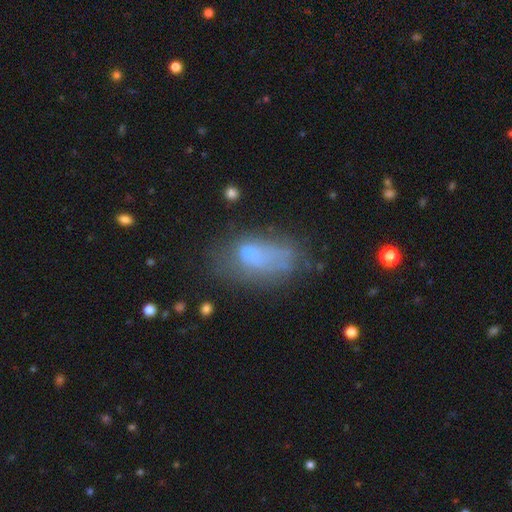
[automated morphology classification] smooth-or-featured: smooth: 58% | featured or disk: 27% | star or artifact: 15%
  how-rounded: in between: 88% | round: 7% | cigar-shaped: 4%
  merging: none: 36% | major disturbance: 30% | minor disturbance: 27% | merger: 8%